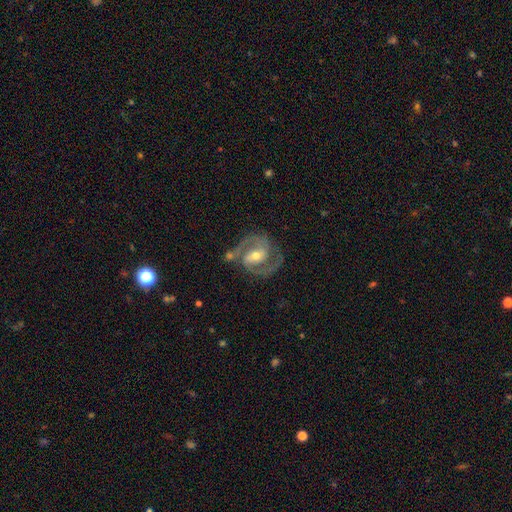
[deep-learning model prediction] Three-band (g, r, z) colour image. It shows a featured or disk galaxy (90%) with a weak bar (44%), 2 (92%) medium (60%) spiral arms (97%) and a moderate central bulge (63%). Merging: none (70%).